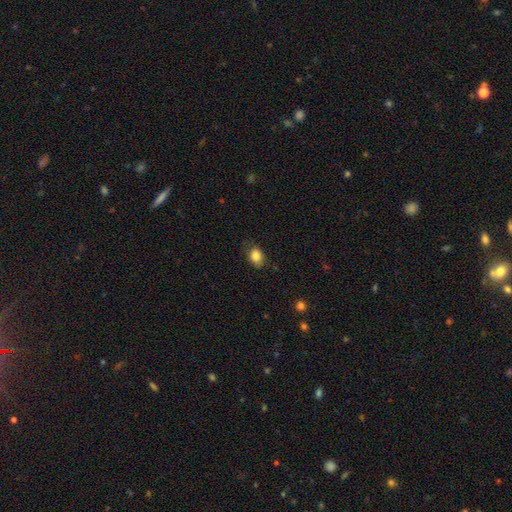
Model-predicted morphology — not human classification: A smooth galaxy with no disk features (85%) that is in between round and cigar-shaped (68%).

Vote fractions:
- Smooth or featured? smooth: 85% / star or artifact: 9% / featured or disk: 6%
- How rounded? in between: 68% / round: 31% / cigar-shaped: 1%
- Merging? none: 75% / minor disturbance: 19% / major disturbance: 4% / merger: 1%